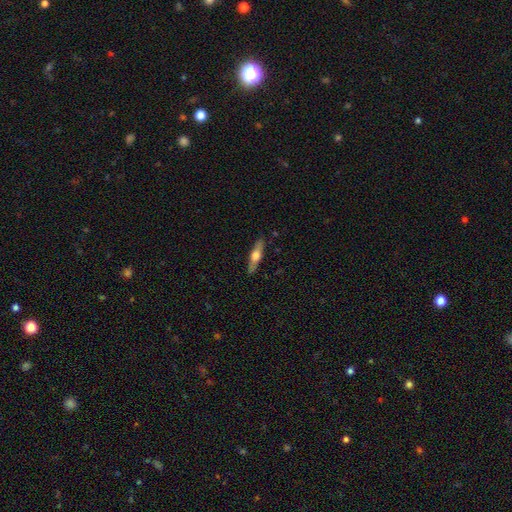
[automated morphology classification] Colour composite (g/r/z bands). It shows a featured or disk galaxy (54%) viewed edge-on (92%). Merging: none (88%).